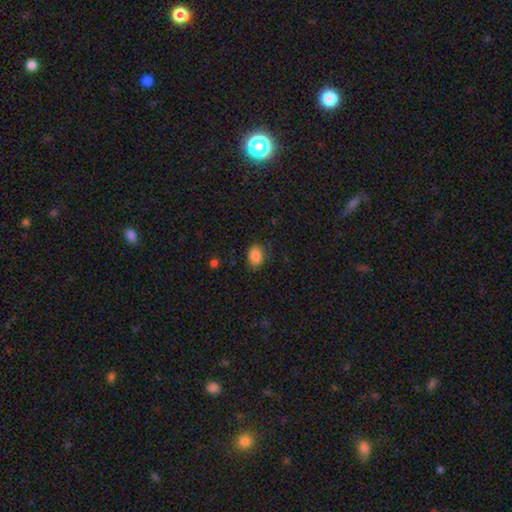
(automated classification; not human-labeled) The model was most divided on "how rounded": in between: 77%, round: 22%, cigar-shaped: 1%. More confident: smooth or featured — smooth (85%); merging — none (79%).